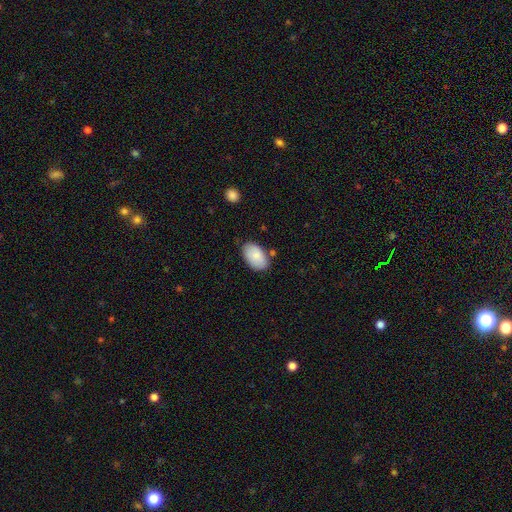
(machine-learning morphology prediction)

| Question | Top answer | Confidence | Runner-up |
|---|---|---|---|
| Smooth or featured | smooth | 85% | featured or disk (9%) |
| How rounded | in between | 94% | round (5%) |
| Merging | none | 75% | minor disturbance (18%) |